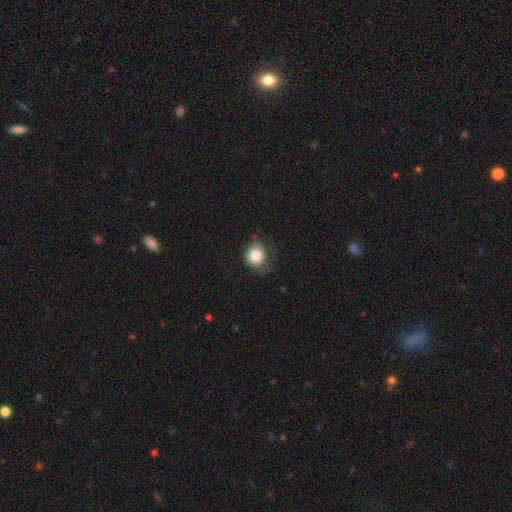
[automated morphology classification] smooth 82%, star or artifact 10%, featured or disk 8%. Down the decision tree: how rounded — round (73%); merging — none (58%).